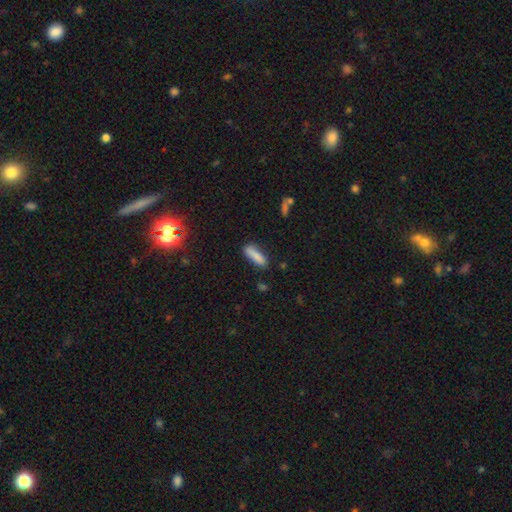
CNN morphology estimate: smooth_or_featured: smooth (p=0.84) [alt: featured or disk p=0.09]
how_rounded: cigar-shaped (p=0.61) [alt: in between p=0.37]
merging: none (p=0.77) [alt: minor disturbance p=0.16]